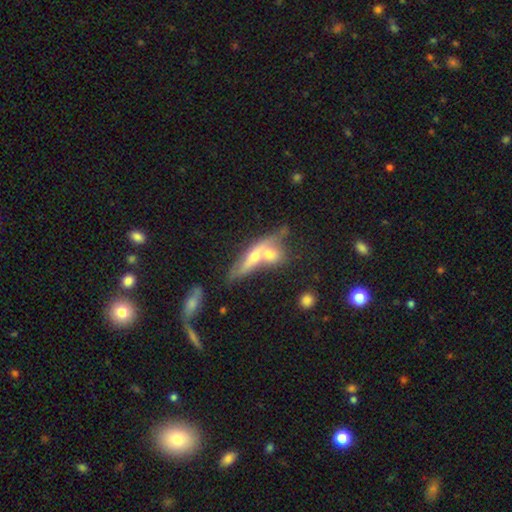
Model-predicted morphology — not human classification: Smooth or featured?
  - featured or disk: 53% *
  - smooth: 37%
  - star or artifact: 10%
Edge-on disk?
  - yes: 65% *
  - no: 35%
Merging?
  - merger: 53% *
  - none: 30%
  - minor disturbance: 10%
  - major disturbance: 7%